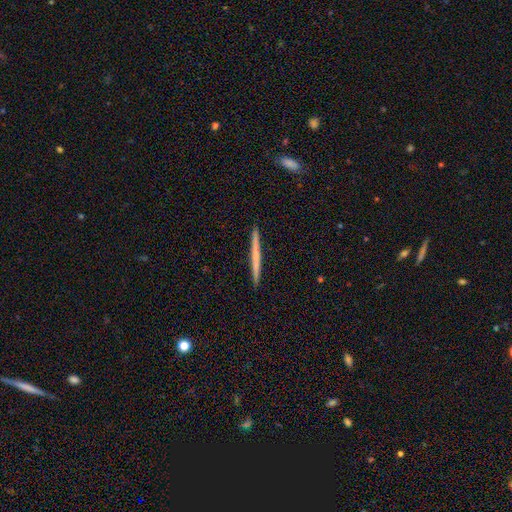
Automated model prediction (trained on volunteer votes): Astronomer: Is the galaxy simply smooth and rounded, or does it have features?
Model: smooth — 52% (runner-up: featured or disk, 43%).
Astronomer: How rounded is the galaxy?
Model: cigar-shaped — 97%.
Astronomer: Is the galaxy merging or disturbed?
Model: none — 93%.